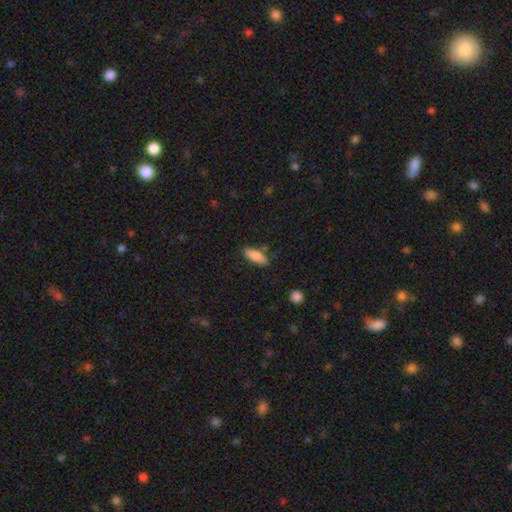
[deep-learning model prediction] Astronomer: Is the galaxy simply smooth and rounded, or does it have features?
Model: smooth — 81%.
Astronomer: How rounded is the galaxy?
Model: in between — 68%.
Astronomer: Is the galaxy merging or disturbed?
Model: none — 79%.